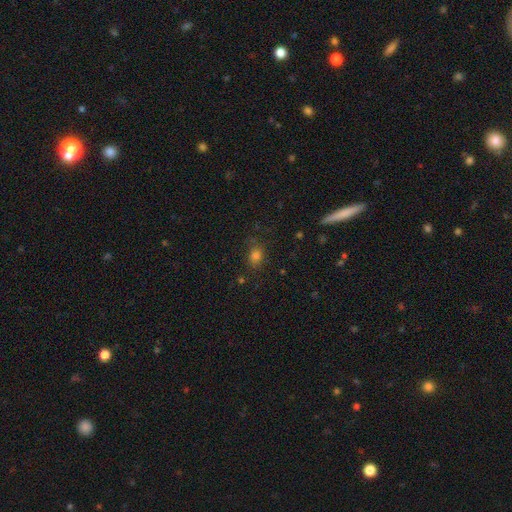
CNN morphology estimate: The model was most divided on "how rounded" (2-way tie): round: 49%, in between: 49%, cigar-shaped: 2%. More confident: merging — none (77%); smooth or featured — smooth (75%).